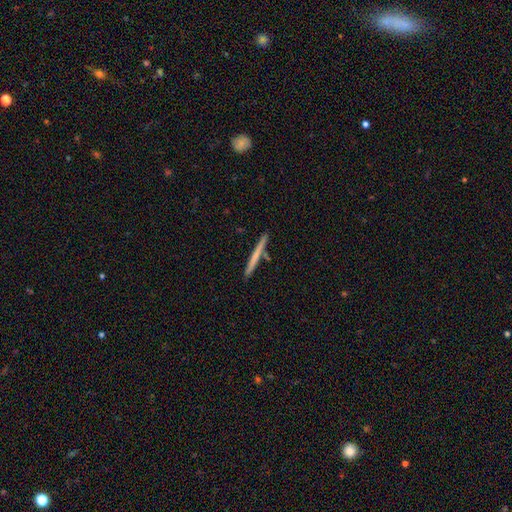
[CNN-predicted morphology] Smooth or featured: smooth — 57% (featured or disk — 38%)
How rounded: cigar-shaped — 97% (in between — 2%)
Merging: none — 89% (minor disturbance — 7%)